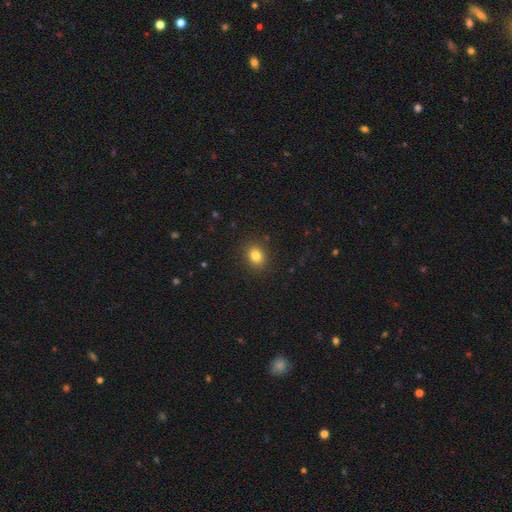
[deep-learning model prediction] smooth_or_featured: smooth (p=0.82) [alt: star or artifact p=0.11]
how_rounded: round (p=0.59) [alt: in between p=0.40]
merging: none (p=0.89) [alt: minor disturbance p=0.08]